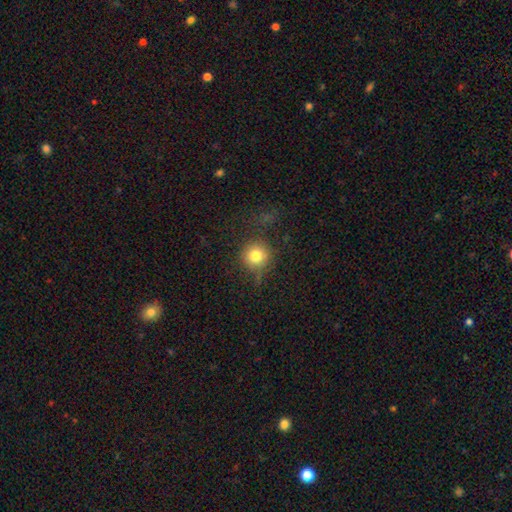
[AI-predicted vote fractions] Smooth or featured? smooth (78%)
How rounded? round (93%)
Merging? none (76%)